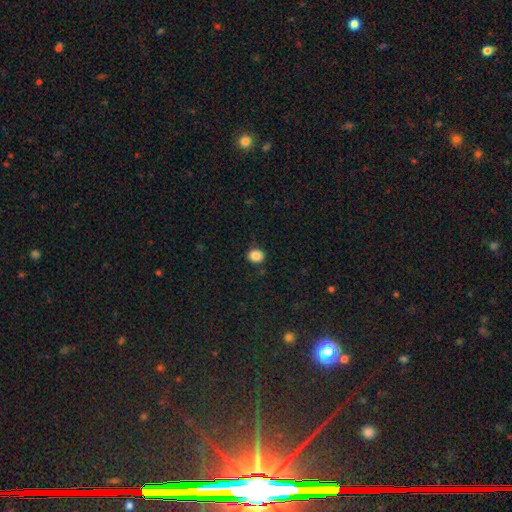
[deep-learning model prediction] This appears to be a smooth galaxy with no disk features (87%) that is round (76%). Merging: none (87%).